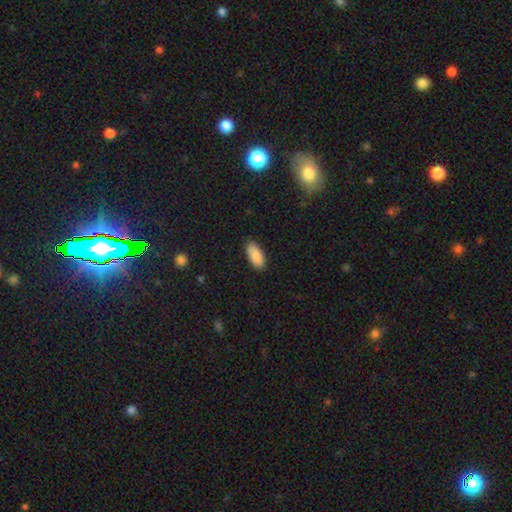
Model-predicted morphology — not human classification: The model was most divided on "merging": none: 86%, minor disturbance: 11%, major disturbance: 2%, merger: 1%. More confident: how rounded — in between (90%); smooth or featured — smooth (88%).